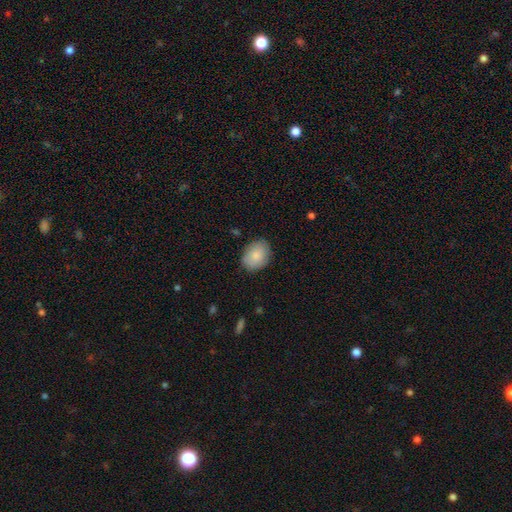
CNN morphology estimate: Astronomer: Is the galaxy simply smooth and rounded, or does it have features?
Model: smooth — 84%.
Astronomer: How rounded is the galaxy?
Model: in between — 72%.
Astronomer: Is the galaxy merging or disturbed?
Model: none — 84%.